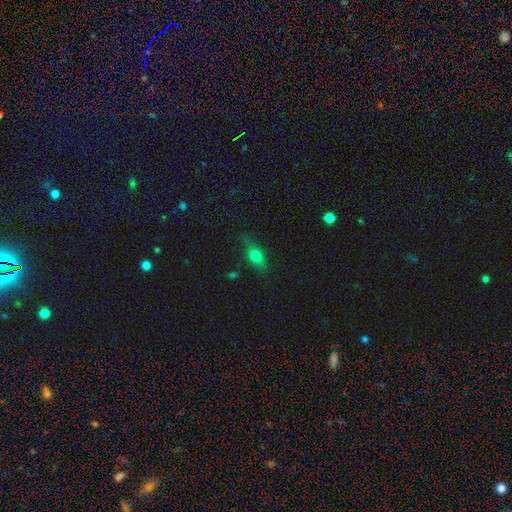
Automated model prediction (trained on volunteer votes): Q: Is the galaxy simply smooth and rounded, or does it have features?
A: smooth — 71%.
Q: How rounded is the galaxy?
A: in between — 73%.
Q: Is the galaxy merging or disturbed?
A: none — 66%.